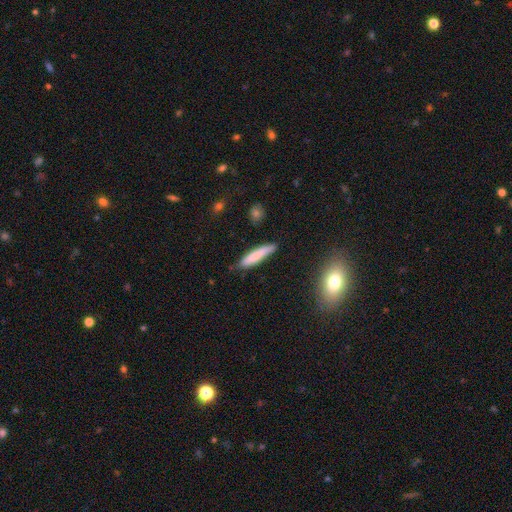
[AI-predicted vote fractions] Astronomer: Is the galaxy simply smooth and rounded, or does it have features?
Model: smooth — 78%.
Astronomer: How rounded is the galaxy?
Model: cigar-shaped — 87%.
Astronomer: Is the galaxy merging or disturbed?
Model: none — 75%.